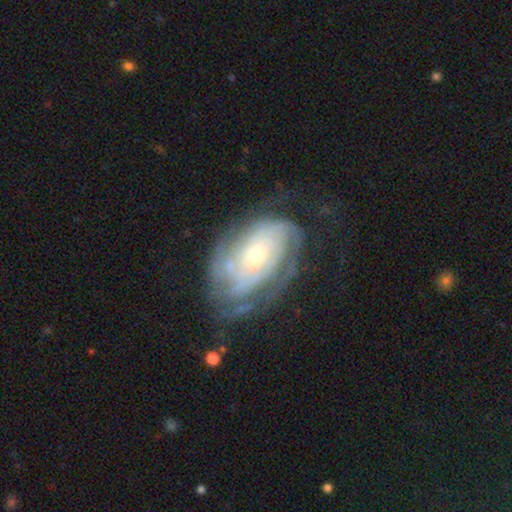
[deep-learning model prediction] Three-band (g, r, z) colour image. It shows a featured or disk galaxy (82%) with no bar (76%), tight (68%) spiral arms (90%) and a small central bulge (56%). Merging: none (58%).